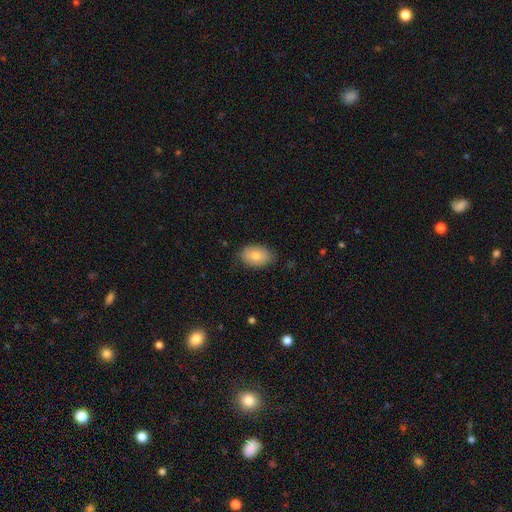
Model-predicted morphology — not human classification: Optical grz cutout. It shows a smooth galaxy with no disk features (79%) that is in between round and cigar-shaped (87%). Merging: none (78%).